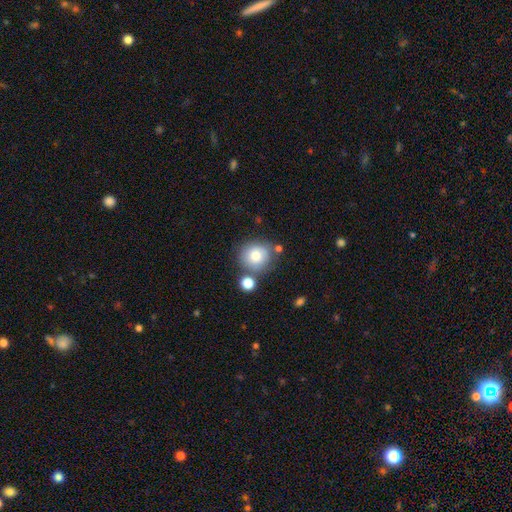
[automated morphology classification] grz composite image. It shows a smooth galaxy with no disk features (78%) that is round (87%). Merging: none (69%).